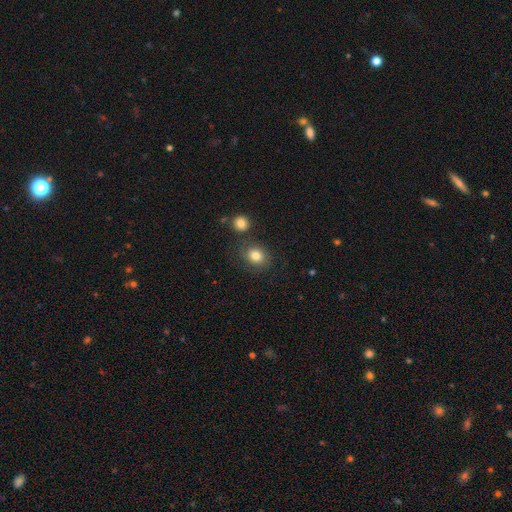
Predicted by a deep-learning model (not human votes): Smooth or featured? smooth (82%)
How rounded? round (61%)
Merging? none (76%)